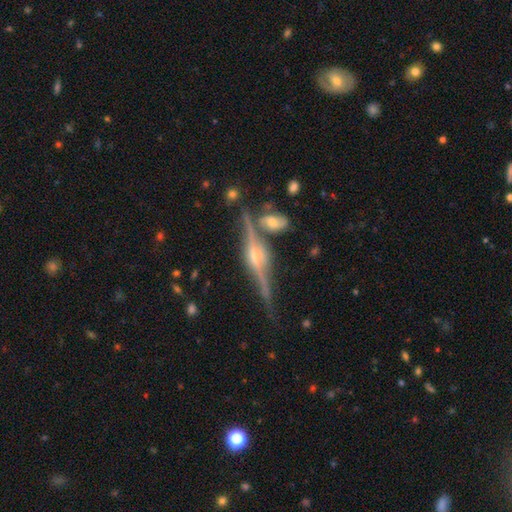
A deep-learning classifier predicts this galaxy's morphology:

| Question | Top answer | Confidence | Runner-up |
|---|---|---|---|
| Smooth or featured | featured or disk | 87% | smooth (6%) |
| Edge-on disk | yes | 97% | no (3%) |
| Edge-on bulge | rounded | 82% | boxy (13%) |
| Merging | none | 77% | minor disturbance (12%) |